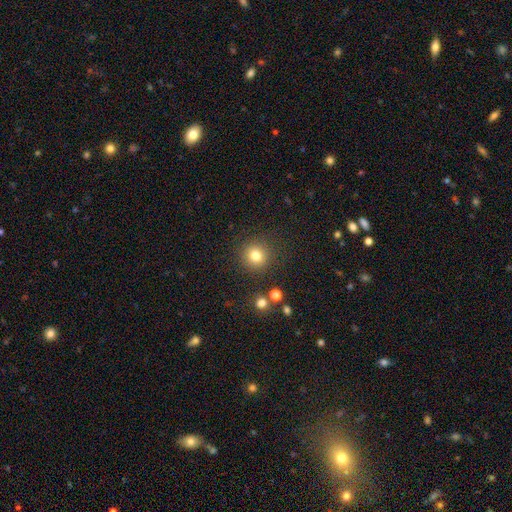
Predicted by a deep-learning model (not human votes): smooth 80%, star or artifact 13%, featured or disk 7%. Down the decision tree: how rounded — round (93%); merging — none (88%).